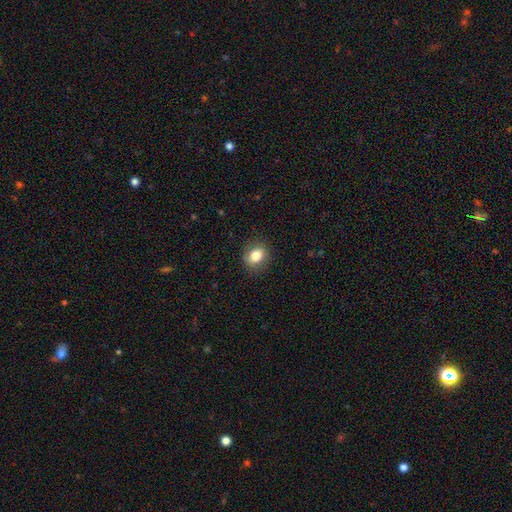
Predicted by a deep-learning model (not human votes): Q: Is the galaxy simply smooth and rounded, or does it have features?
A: smooth — 81%.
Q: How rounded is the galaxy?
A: round — 57%.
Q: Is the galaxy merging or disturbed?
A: none — 86%.